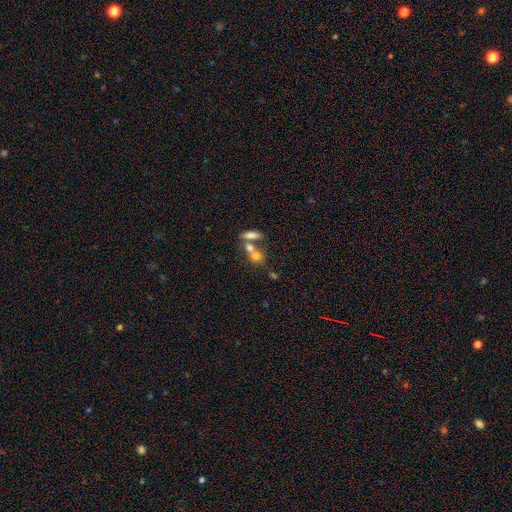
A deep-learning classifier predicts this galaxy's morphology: smooth 70%, featured or disk 18%, star or artifact 12%. Down the decision tree: how rounded — in between (50%); merging — merger (49%).